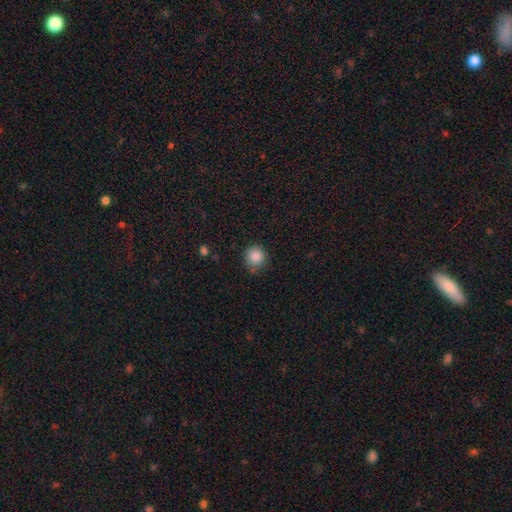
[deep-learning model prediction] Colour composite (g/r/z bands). It shows a smooth galaxy with no disk features (87%) that is round (92%). Merging: none (82%).